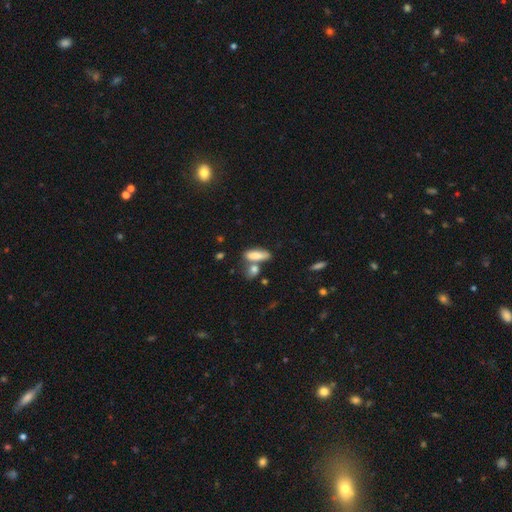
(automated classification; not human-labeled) smooth-or-featured: smooth: 81% | featured or disk: 12% | star or artifact: 7%
  how-rounded: in between: 59% | cigar-shaped: 38% | round: 3%
  merging: none: 49% | merger: 30% | minor disturbance: 16% | major disturbance: 6%